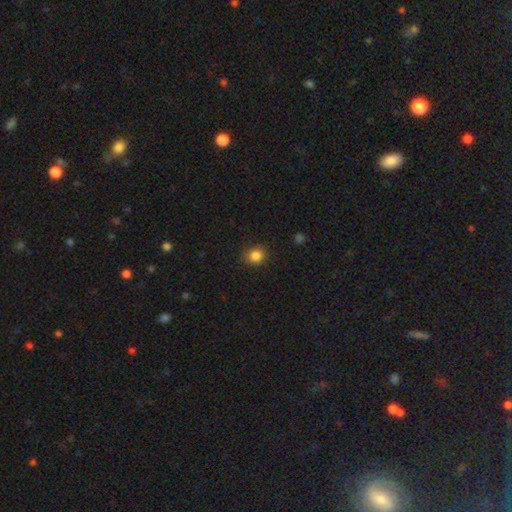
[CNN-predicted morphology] This appears to be a smooth galaxy with no disk features (85%) that is round (82%). Merging: none (87%).